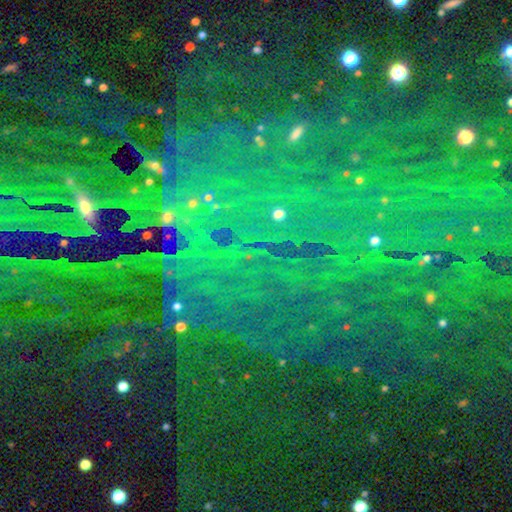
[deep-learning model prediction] Smooth or featured: star or artifact — 81% (smooth — 9%)